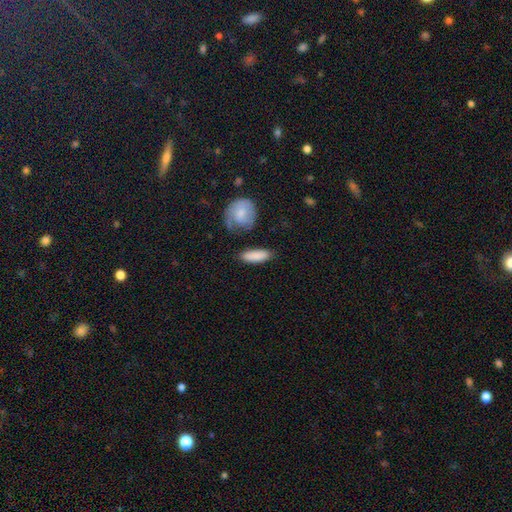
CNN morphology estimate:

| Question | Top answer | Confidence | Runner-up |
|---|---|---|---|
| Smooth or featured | smooth | 85% | featured or disk (10%) |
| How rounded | in between | 56% | cigar-shaped (40%) |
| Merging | none | 76% | minor disturbance (14%) |